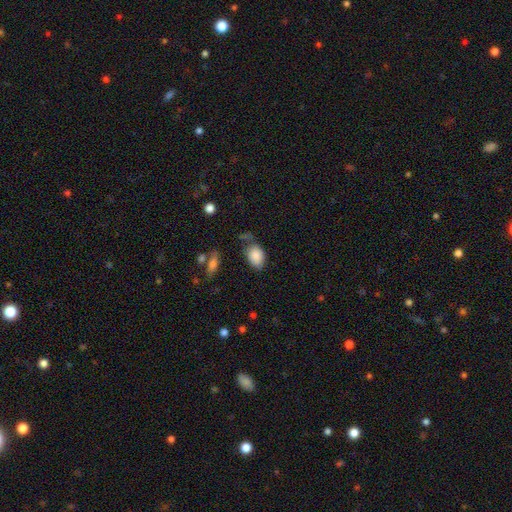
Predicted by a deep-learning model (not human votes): A smooth galaxy with no disk features (86%) that is in between round and cigar-shaped (84%).

Vote fractions:
- Smooth or featured? smooth: 86% / star or artifact: 8% / featured or disk: 6%
- How rounded? in between: 84% / round: 15% / cigar-shaped: 1%
- Merging? none: 58% / minor disturbance: 26% / major disturbance: 8% / merger: 8%